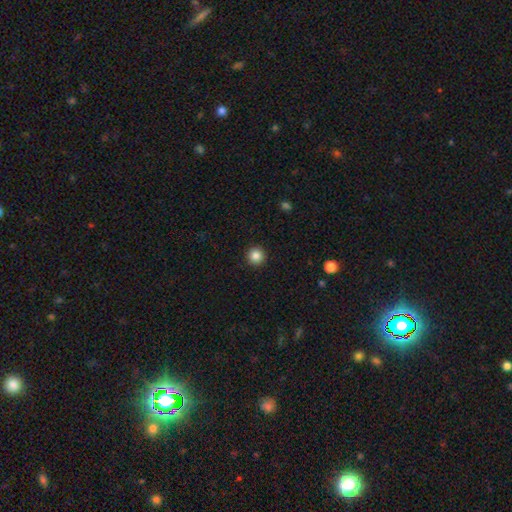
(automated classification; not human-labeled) The model was most divided on "smooth or featured": smooth: 86%, star or artifact: 10%, featured or disk: 4%. More confident: how rounded — round (96%); merging — none (93%).